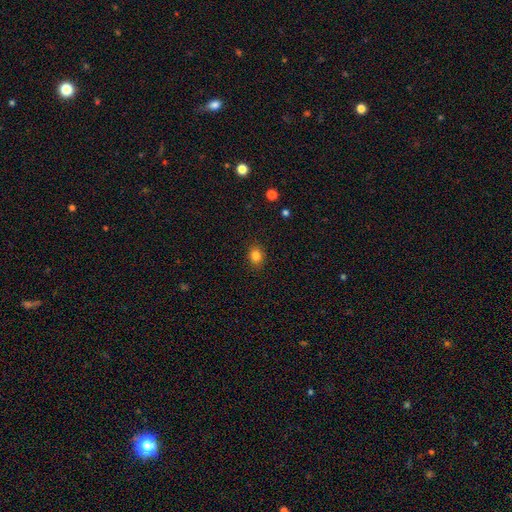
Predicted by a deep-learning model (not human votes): smooth-or-featured: smooth: 83% | star or artifact: 11% | featured or disk: 6%
  how-rounded: round: 58% | in between: 41% | cigar-shaped: 1%
  merging: none: 89% | minor disturbance: 8% | major disturbance: 2% | merger: 1%